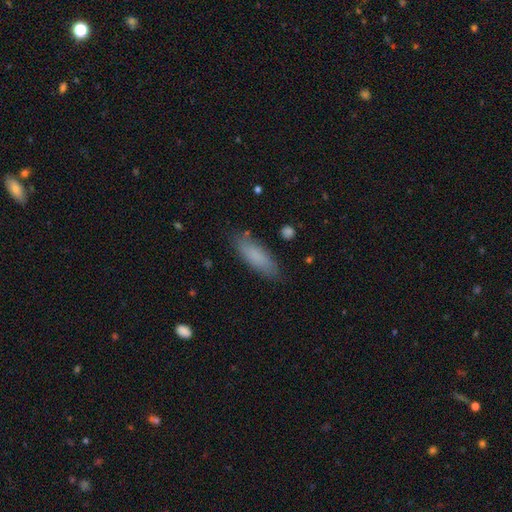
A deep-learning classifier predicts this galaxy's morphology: Q: Smooth or featured?
A: smooth (83%); runner-up: featured or disk (11%)
Q: How rounded?
A: in between (55%); runner-up: cigar-shaped (43%)
Q: Merging?
A: none (83%); runner-up: minor disturbance (13%)